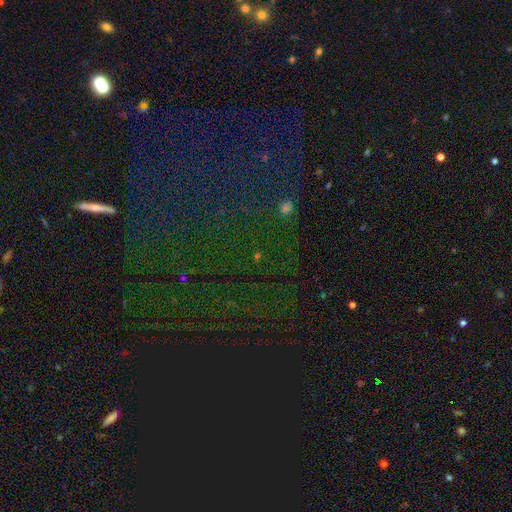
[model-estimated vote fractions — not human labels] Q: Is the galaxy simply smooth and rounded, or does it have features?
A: star or artifact — 77%.